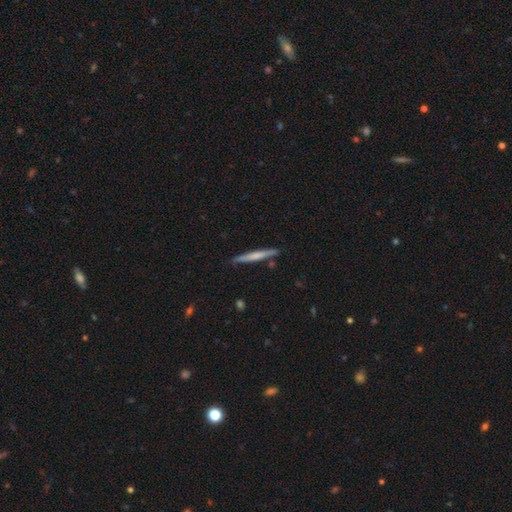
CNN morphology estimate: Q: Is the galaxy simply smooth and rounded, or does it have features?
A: smooth — 52%.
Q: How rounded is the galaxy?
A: cigar-shaped — 96%.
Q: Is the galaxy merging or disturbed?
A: none — 86%.